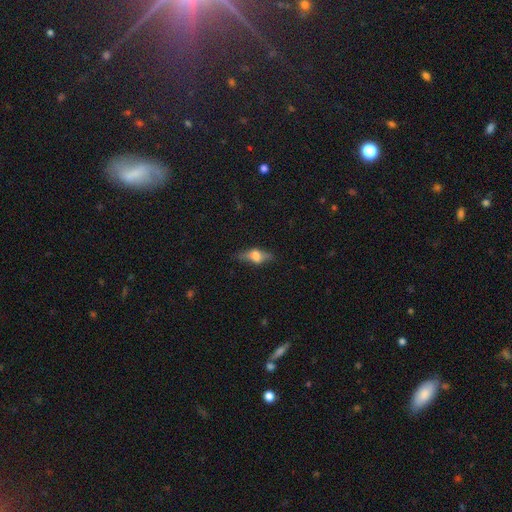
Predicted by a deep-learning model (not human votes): featured or disk 51%, smooth 40%, star or artifact 9%. Down the decision tree: edge-on disk — yes (88%); merging — none (73%).